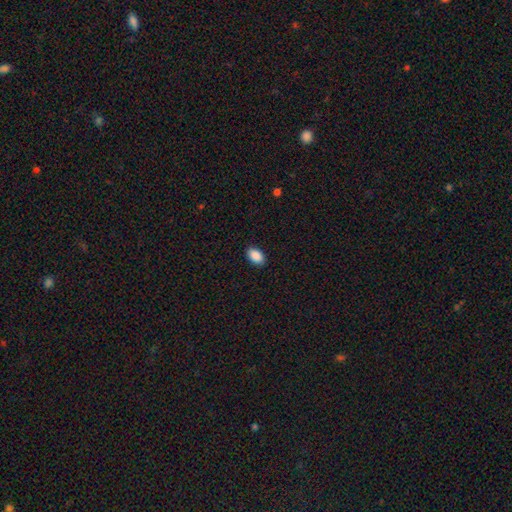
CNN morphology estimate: smooth_or_featured: smooth (p=0.90) [alt: star or artifact p=0.07]
how_rounded: in between (p=0.90) [alt: round p=0.08]
merging: none (p=0.90) [alt: minor disturbance p=0.07]